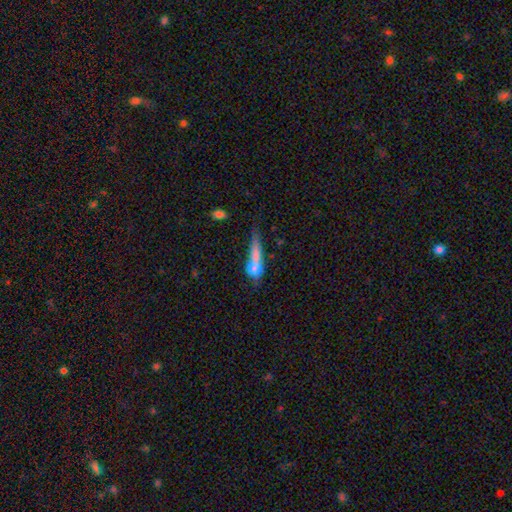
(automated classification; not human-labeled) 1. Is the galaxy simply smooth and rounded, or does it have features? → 60% smooth, 29% featured or disk, 10% star or artifact.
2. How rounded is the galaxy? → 59% cigar-shaped, 24% in between, 17% round.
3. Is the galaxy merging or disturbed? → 38% merger, 31% none, 16% major disturbance, 15% minor disturbance.